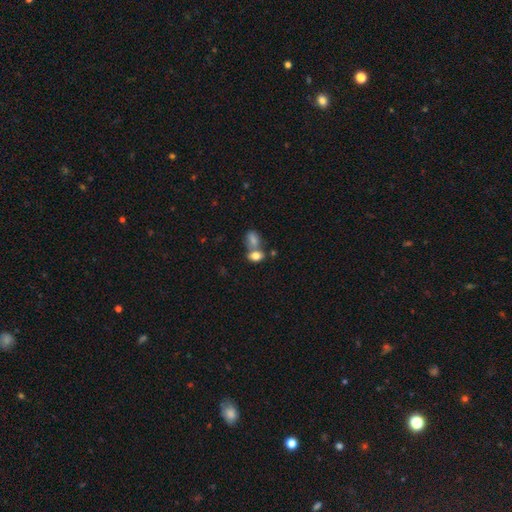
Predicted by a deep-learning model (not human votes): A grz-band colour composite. It shows a smooth galaxy with no disk features (80%) that is in between round and cigar-shaped (76%). Merging: merger (50%).